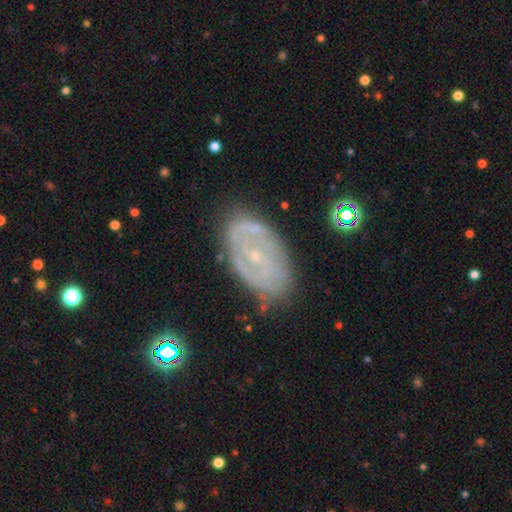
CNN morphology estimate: A featured or disk galaxy (76%) with no bar (53%), can't tell (41%, tied with 2) tight (57%) spiral arms (74%) and a small central bulge (81%).

Vote fractions:
- Smooth or featured? featured or disk: 76% / smooth: 17% / star or artifact: 8%
- Edge-on disk? no: 95% / yes: 5%
- Bar? no: 53% / weak: 35% / strong: 12%
- Spiral arms? yes: 74% / no: 26%
- Spiral winding? tight: 57% / medium: 31% / loose: 13%
- Spiral arm count? can't tell: 41% (tied) / 2: 41% (tied) / 3: 7% / 1: 4% / 4: 4% / more than 4: 3%
- Bulge size? small: 81% / moderate: 13% / none: 3% / large: 1% / dominant: 1%
- Merging? none: 73% / minor disturbance: 19% / major disturbance: 6% / merger: 2%